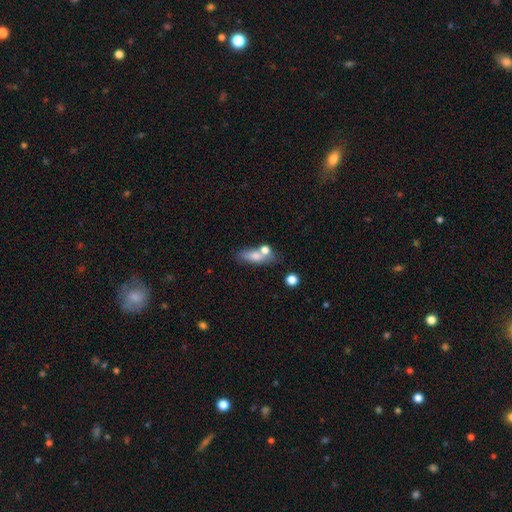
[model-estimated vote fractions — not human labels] Overall: smooth (68%). How rounded: in between (63%; cigar-shaped 29%). Merging: none (49%; merger 26%).